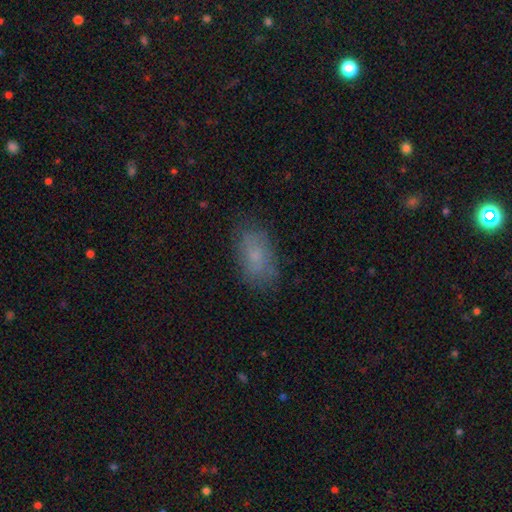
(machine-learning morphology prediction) smooth 69%, featured or disk 21%, star or artifact 10%. Down the decision tree: how rounded — in between (90%); merging — none (77%).